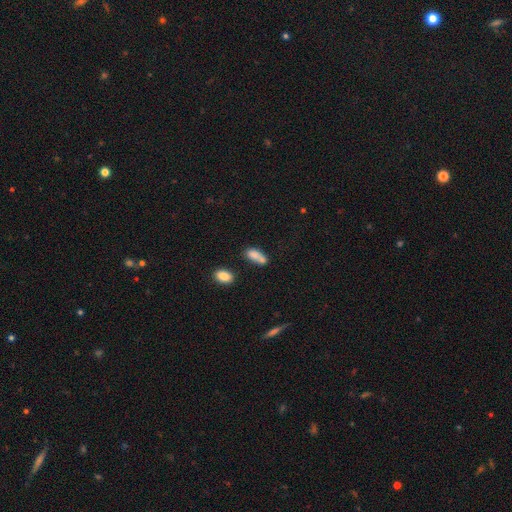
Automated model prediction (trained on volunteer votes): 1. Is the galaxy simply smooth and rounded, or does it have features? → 78% smooth, 12% featured or disk, 10% star or artifact.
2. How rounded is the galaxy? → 76% in between, 18% cigar-shaped, 6% round.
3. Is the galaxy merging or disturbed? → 39% none, 34% merger, 19% minor disturbance, 8% major disturbance.